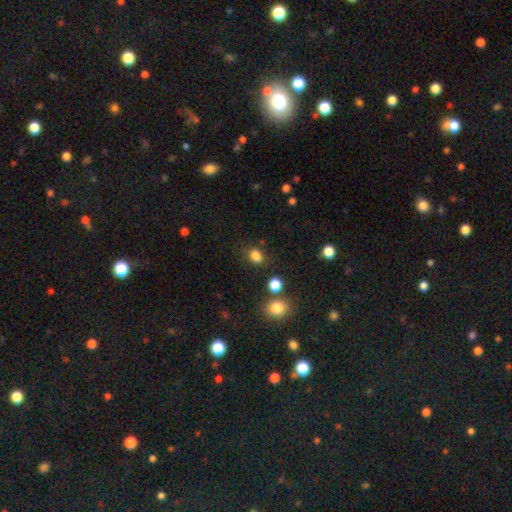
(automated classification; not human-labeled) This is clearly a smooth galaxy (83%). How rounded: possibly in between (57%). Merging: likely none (76%).